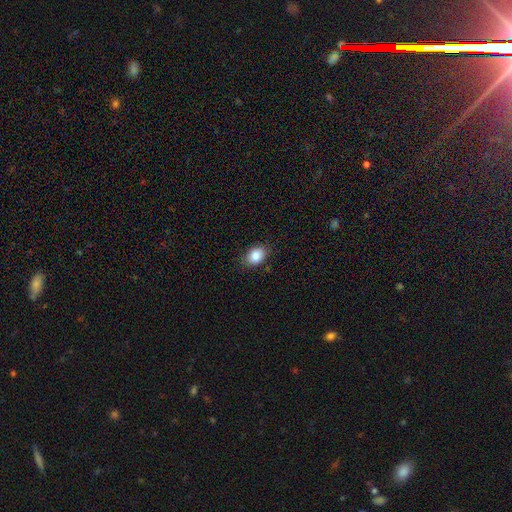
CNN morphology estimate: The model was most divided on "how rounded": in between: 76%, round: 23%, cigar-shaped: 1%. More confident: smooth or featured — smooth (86%); merging — none (84%).